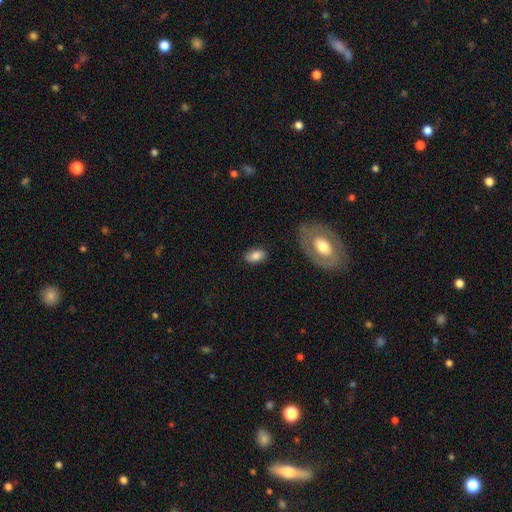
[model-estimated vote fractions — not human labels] smooth-or-featured: smooth: 78% | featured or disk: 14% | star or artifact: 8%
  how-rounded: in between: 90% | round: 7% | cigar-shaped: 3%
  merging: none: 80% | minor disturbance: 14% | major disturbance: 4% | merger: 2%